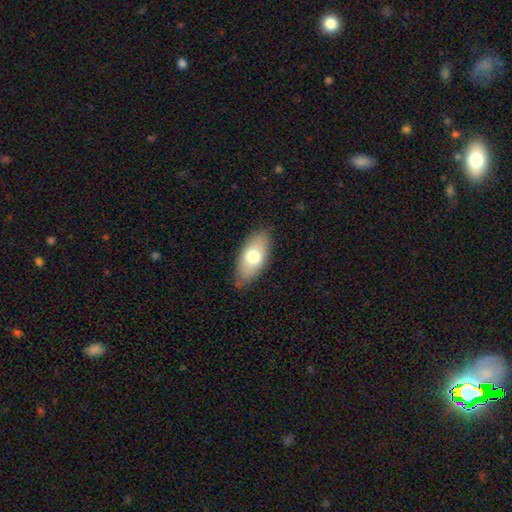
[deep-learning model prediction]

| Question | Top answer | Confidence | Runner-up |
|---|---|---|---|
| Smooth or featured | smooth | 71% | featured or disk (22%) |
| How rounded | in between | 89% | cigar-shaped (8%) |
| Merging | none | 84% | minor disturbance (13%) |